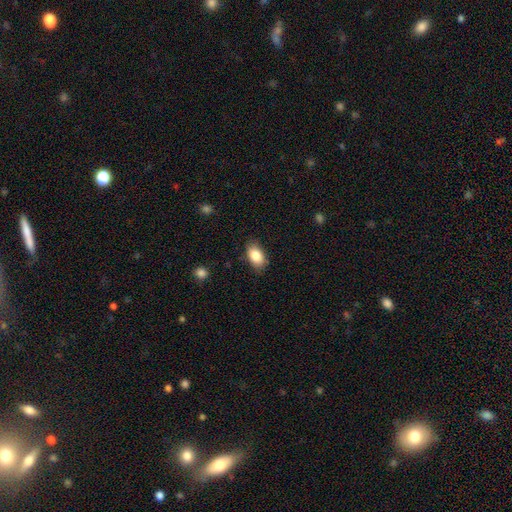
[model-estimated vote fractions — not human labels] Smooth or featured? smooth (85%)
How rounded? in between (91%)
Merging? none (83%)